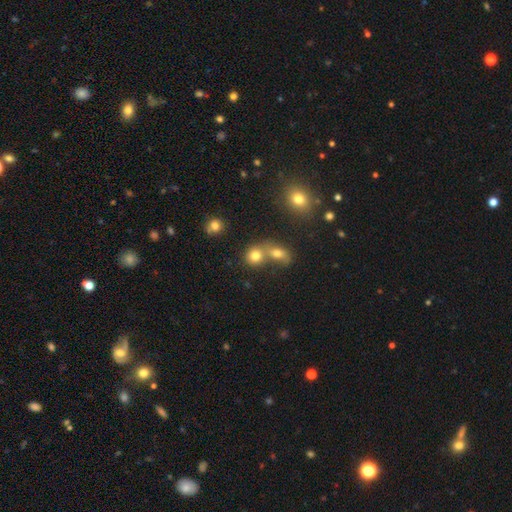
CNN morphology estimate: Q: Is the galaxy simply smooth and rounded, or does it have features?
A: smooth — 77%.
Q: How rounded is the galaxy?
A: round — 75%.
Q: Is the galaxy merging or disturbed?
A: merger — 47%.